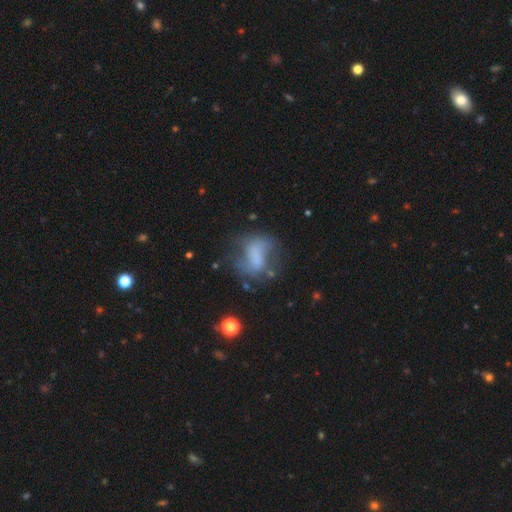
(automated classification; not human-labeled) This appears to be a featured or disk galaxy (46%). Merging: none (43%).